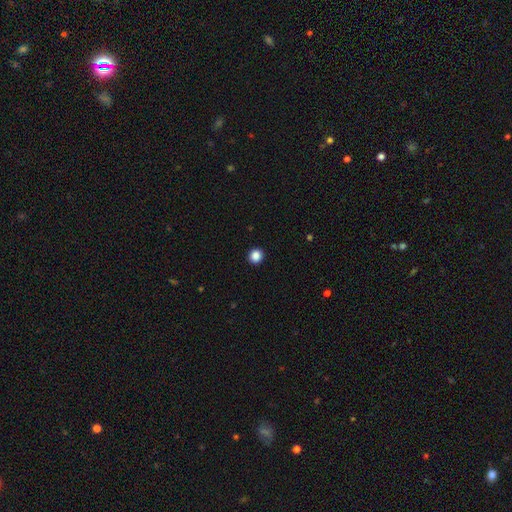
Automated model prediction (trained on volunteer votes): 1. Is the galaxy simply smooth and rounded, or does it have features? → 87% smooth, 10% star or artifact, 3% featured or disk.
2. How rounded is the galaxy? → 91% round, 8% in between, 1% cigar-shaped.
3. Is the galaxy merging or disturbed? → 93% none, 4% minor disturbance, 1% major disturbance, 1% merger.